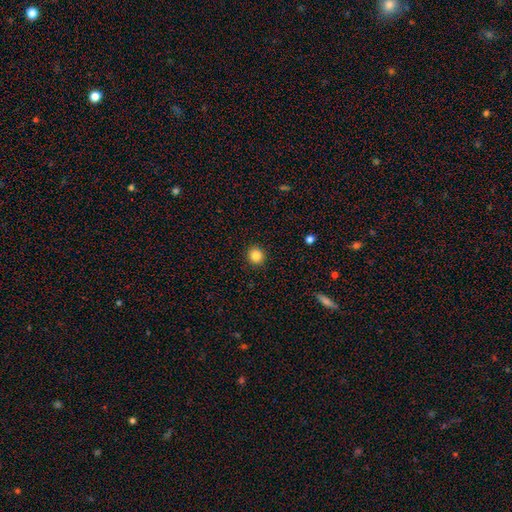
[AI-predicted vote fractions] Q: Smooth or featured?
A: smooth (85%); runner-up: star or artifact (11%)
Q: How rounded?
A: round (92%); runner-up: in between (7%)
Q: Merging?
A: none (92%); runner-up: minor disturbance (5%)